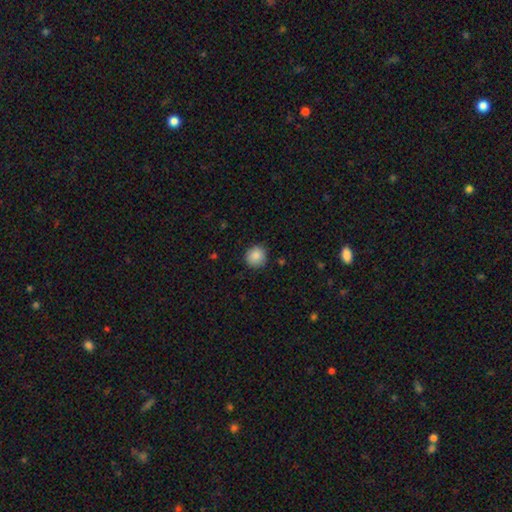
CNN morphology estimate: A smooth galaxy with no disk features (87%) that is round (90%). Merging: none (86%).